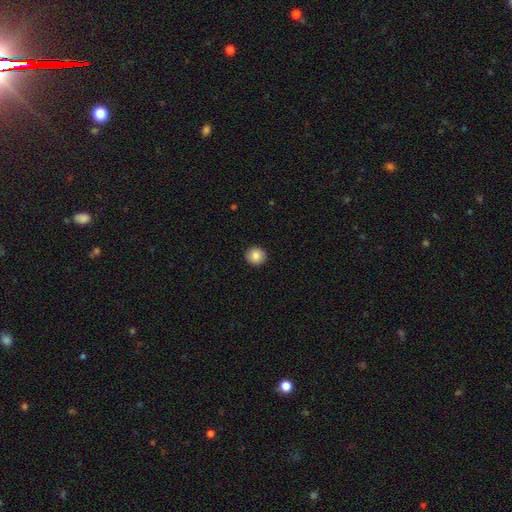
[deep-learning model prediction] This is clearly a smooth galaxy (87%). How rounded: clearly round (91%). Merging: clearly none (93%).